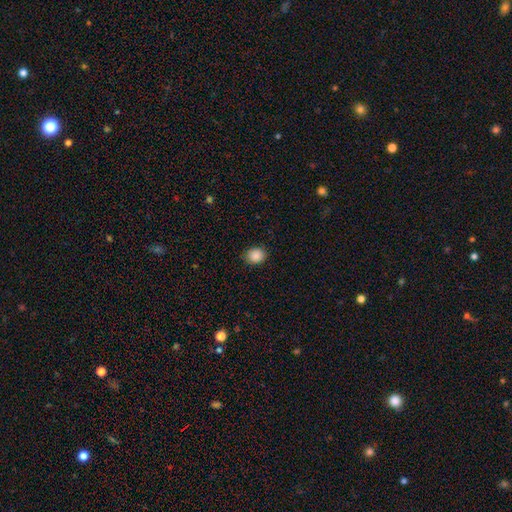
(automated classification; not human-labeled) Smooth or featured?
  - smooth: 87% *
  - star or artifact: 9%
  - featured or disk: 3%
How rounded?
  - round: 66% *
  - in between: 33%
  - cigar-shaped: 1%
Merging?
  - none: 86% *
  - minor disturbance: 10%
  - major disturbance: 2%
  - merger: 1%